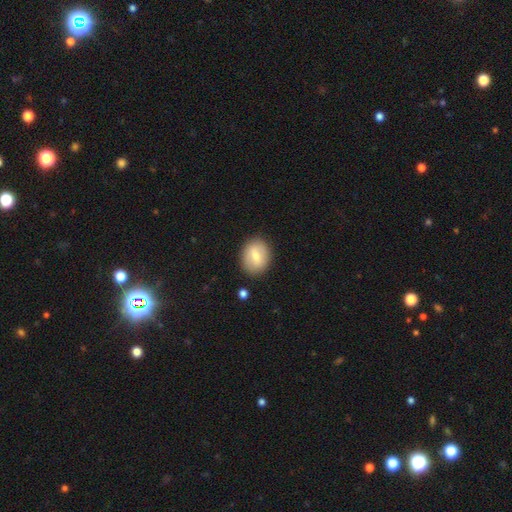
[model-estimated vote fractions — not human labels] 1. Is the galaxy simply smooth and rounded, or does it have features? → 64% smooth, 29% featured or disk, 7% star or artifact.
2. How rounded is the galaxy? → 57% in between, 41% round, 1% cigar-shaped.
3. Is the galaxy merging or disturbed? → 85% none, 10% minor disturbance, 3% major disturbance, 2% merger.